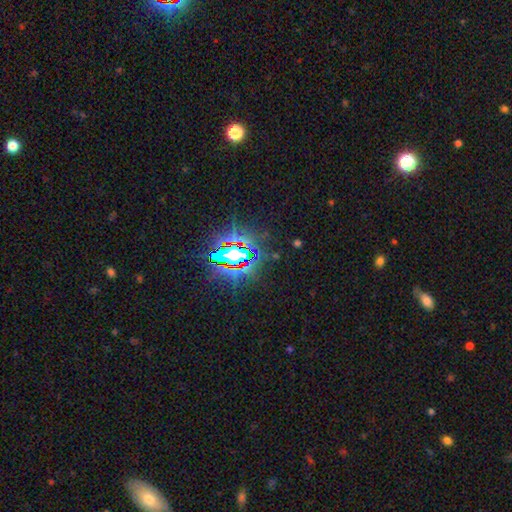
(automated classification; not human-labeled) The model was most divided on "smooth or featured": star or artifact: 81%, smooth: 10%, featured or disk: 9%.